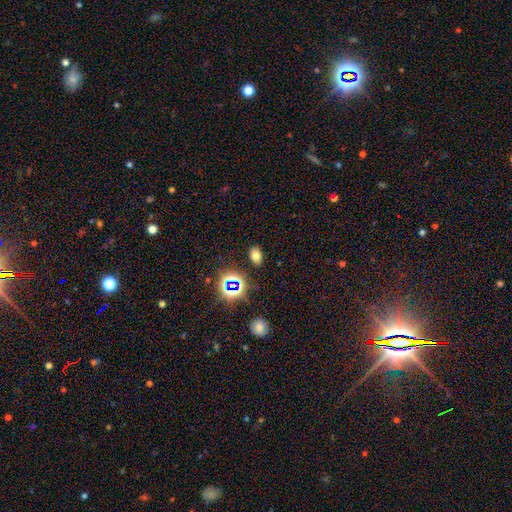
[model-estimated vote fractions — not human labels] The model was most divided on "smooth or featured": smooth: 68%, star or artifact: 22%, featured or disk: 9%. More confident: merging — none (86%); how rounded — in between (79%).